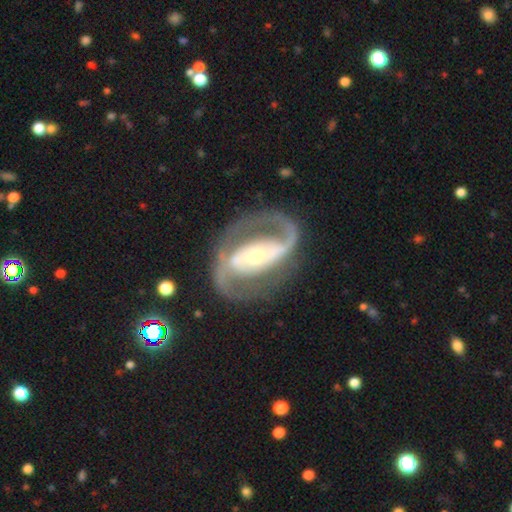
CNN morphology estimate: A featured or disk galaxy (89%) with a strong bar (57%), 2 (89%) medium (54%) spiral arms (94%) and a moderate central bulge (46%).

Vote fractions:
- Smooth or featured? featured or disk: 89% / smooth: 7% / star or artifact: 5%
- Edge-on disk? no: 96% / yes: 4%
- Bar? strong: 57% / weak: 25% / no: 18%
- Spiral arms? yes: 94% / no: 6%
- Spiral winding? medium: 54% / loose: 24% / tight: 23%
- Spiral arm count? 2: 89% / 1: 4% / can't tell: 3% / 3: 1% / 4: 1% / more than 4: 1%
- Bulge size? moderate: 46% / small: 45% / large: 6% / dominant: 1% / none: 1%
- Merging? none: 76% / minor disturbance: 13% / major disturbance: 10% / merger: 2%